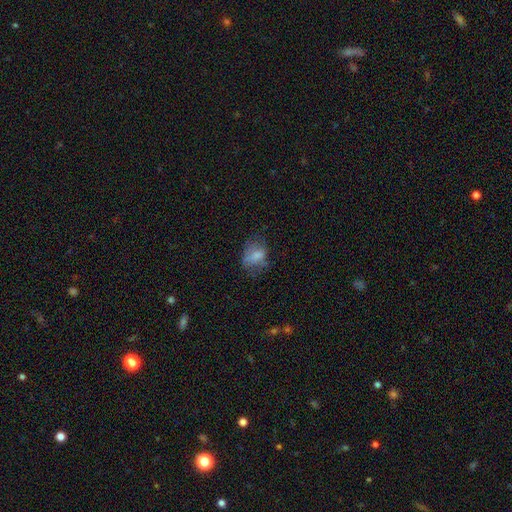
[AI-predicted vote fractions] A smooth galaxy with no disk features (64%) that is in between round and cigar-shaped (67%). Merging: none (46%).